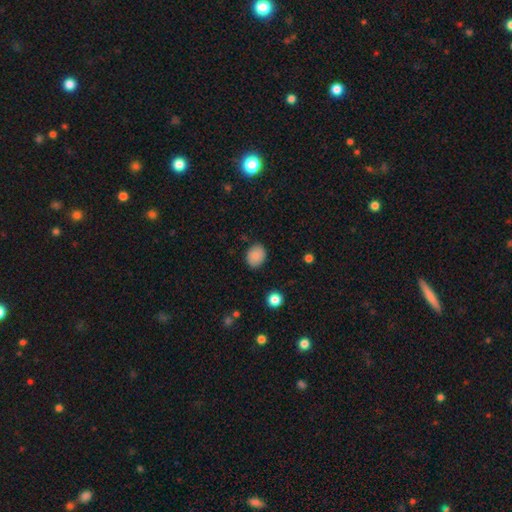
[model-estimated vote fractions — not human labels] A smooth galaxy with no disk features (83%) that is round (53%).

Vote fractions:
- Smooth or featured? smooth: 83% / featured or disk: 9% / star or artifact: 8%
- How rounded? round: 53% / in between: 47% / cigar-shaped: 1%
- Merging? none: 84% / minor disturbance: 12% / major disturbance: 2% / merger: 1%